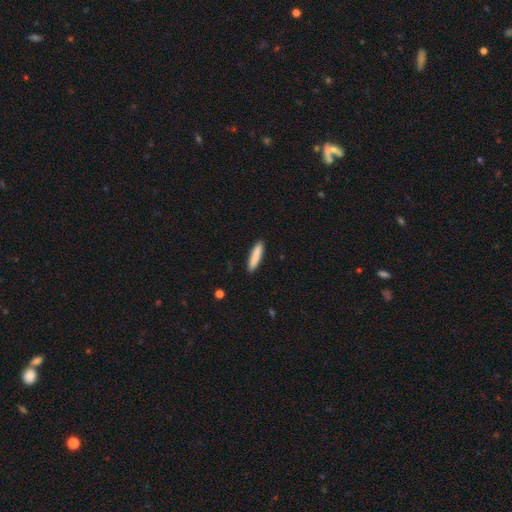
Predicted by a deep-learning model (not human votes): smooth-or-featured: smooth: 86% | featured or disk: 8% | star or artifact: 6%
  how-rounded: cigar-shaped: 86% | in between: 13% | round: 1%
  merging: none: 90% | minor disturbance: 7% | major disturbance: 1% | merger: 1%